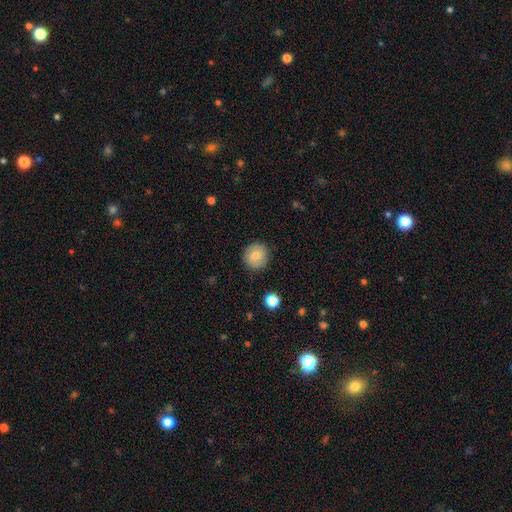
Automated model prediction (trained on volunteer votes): Smooth or featured?
  - smooth: 82% *
  - featured or disk: 10%
  - star or artifact: 8%
How rounded?
  - round: 89% *
  - in between: 10%
  - cigar-shaped: 1%
Merging?
  - none: 89% *
  - minor disturbance: 8%
  - major disturbance: 2%
  - merger: 1%